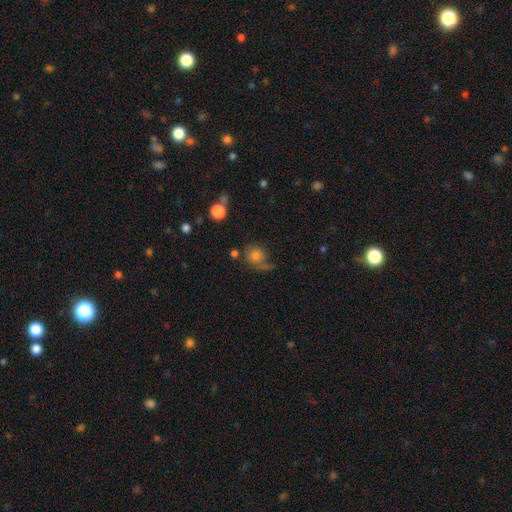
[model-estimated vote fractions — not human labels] Q: Smooth or featured?
A: smooth (69%); runner-up: featured or disk (18%)
Q: How rounded?
A: round (77%); runner-up: in between (22%)
Q: Merging?
A: none (47%); runner-up: minor disturbance (23%)